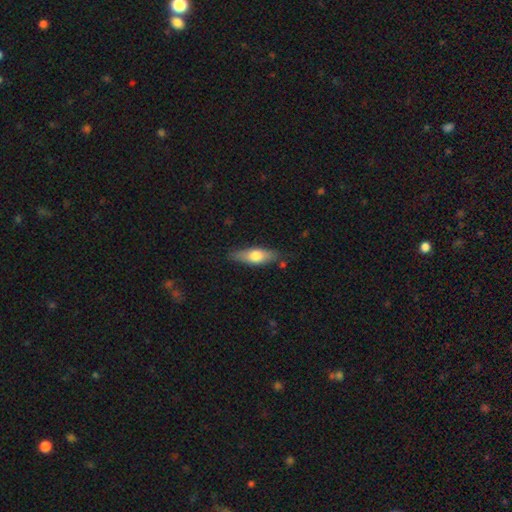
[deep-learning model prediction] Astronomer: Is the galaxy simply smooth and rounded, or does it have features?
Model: smooth — 63%.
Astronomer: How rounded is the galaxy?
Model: in between — 58% (runner-up: cigar-shaped, 39%).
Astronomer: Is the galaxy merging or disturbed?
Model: none — 80%.